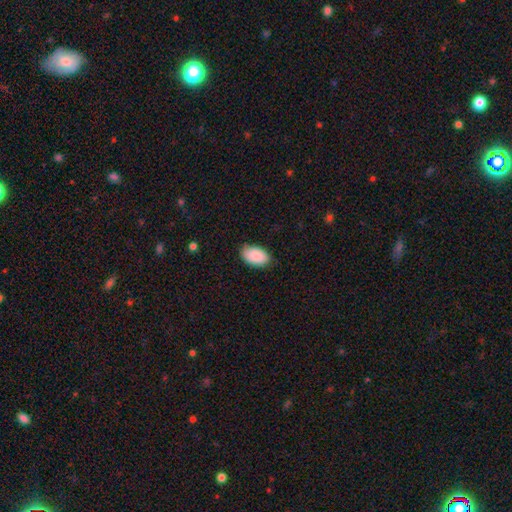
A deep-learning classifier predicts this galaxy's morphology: Smooth or featured? Predicted: smooth (p=0.88). How rounded? Predicted: in between (p=0.93). Merging? Predicted: none (p=0.74).